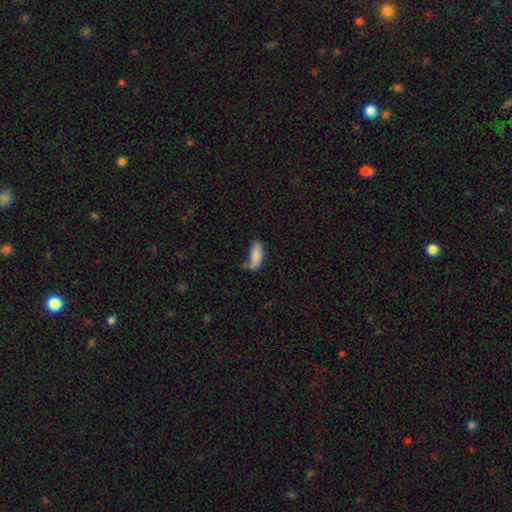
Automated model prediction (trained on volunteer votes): This appears to be a smooth galaxy with no disk features (85%) that is in between round and cigar-shaped (74%). Merging: none (54%).